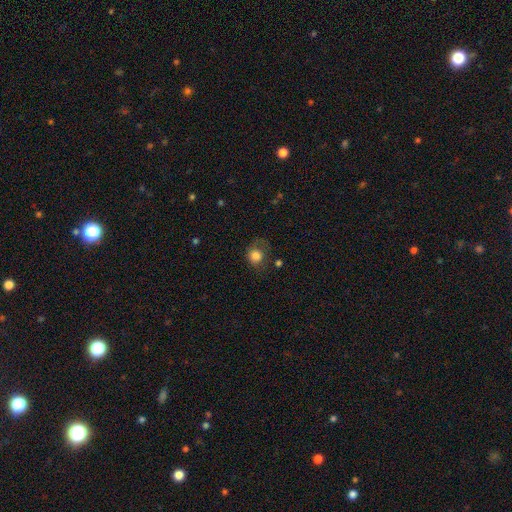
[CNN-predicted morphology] Smooth or featured: smooth — 79% (featured or disk — 11%)
How rounded: round — 77% (in between — 22%)
Merging: none — 49% (minor disturbance — 26%)